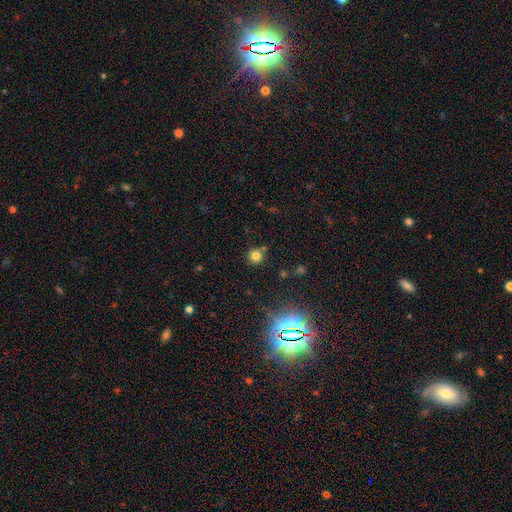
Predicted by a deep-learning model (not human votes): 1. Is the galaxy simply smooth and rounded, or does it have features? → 76% smooth, 17% star or artifact, 6% featured or disk.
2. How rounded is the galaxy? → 92% round, 7% in between, 1% cigar-shaped.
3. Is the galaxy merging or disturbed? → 78% none, 10% minor disturbance, 9% merger, 3% major disturbance.